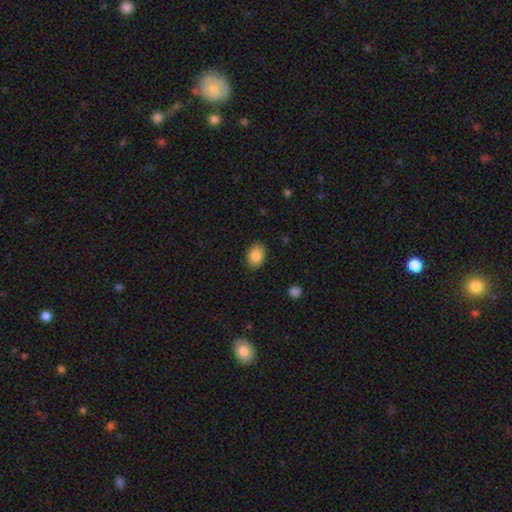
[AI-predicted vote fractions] Smooth or featured? smooth (87%)
How rounded? in between (72%)
Merging? none (86%)